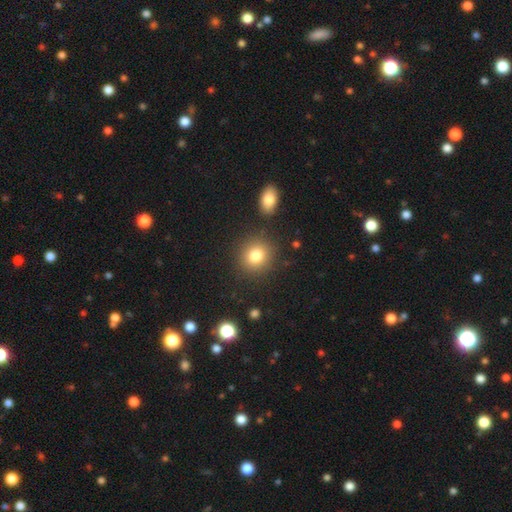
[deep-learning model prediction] This is clearly a smooth galaxy (82%). How rounded: clearly round (82%). Merging: clearly none (85%).